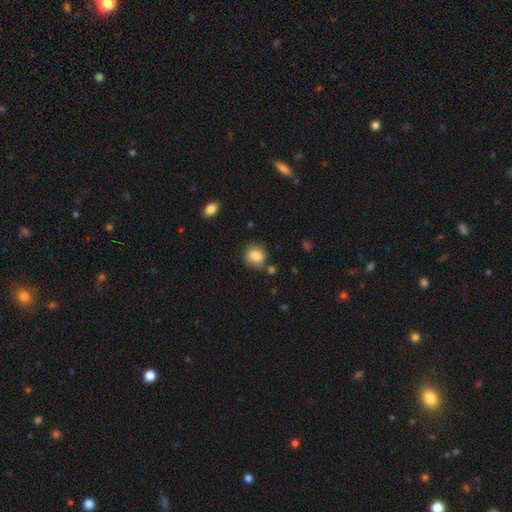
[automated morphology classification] Overall: smooth (84%). How rounded: round (74%). Merging: none (76%).